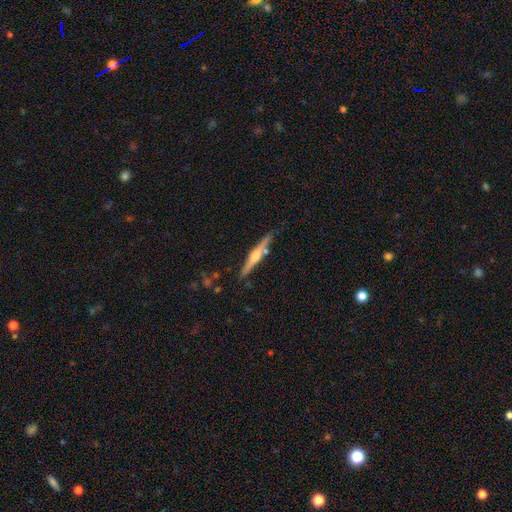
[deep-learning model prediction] featured or disk 70%, smooth 24%, star or artifact 6%. Down the decision tree: edge-on disk — yes (97%); edge-on bulge — rounded (87%); merging — none (78%).